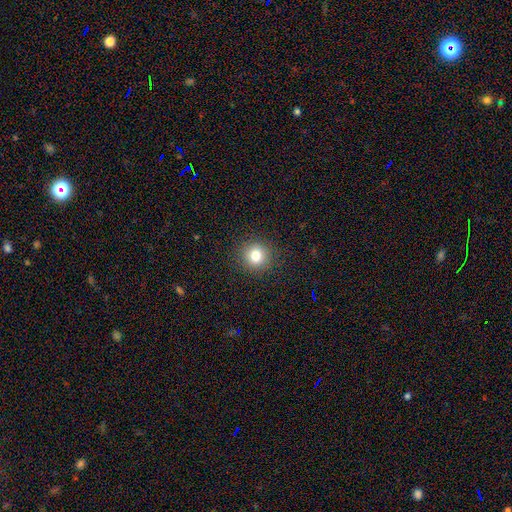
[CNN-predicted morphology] smooth 80%, star or artifact 13%, featured or disk 7%. Down the decision tree: how rounded — round (93%); merging — none (91%).